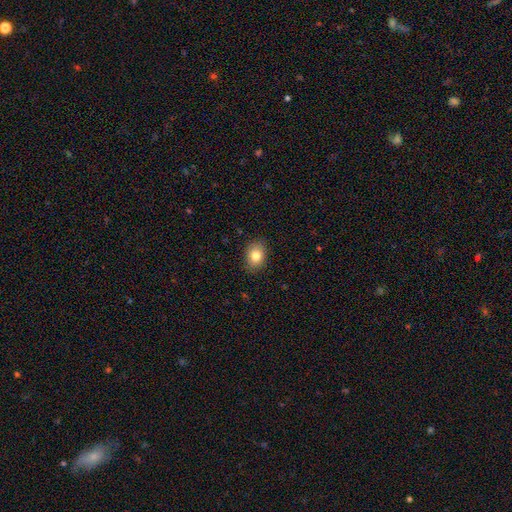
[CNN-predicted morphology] Smooth or featured? smooth (81%)
How rounded? in between (67%)
Merging? none (88%)